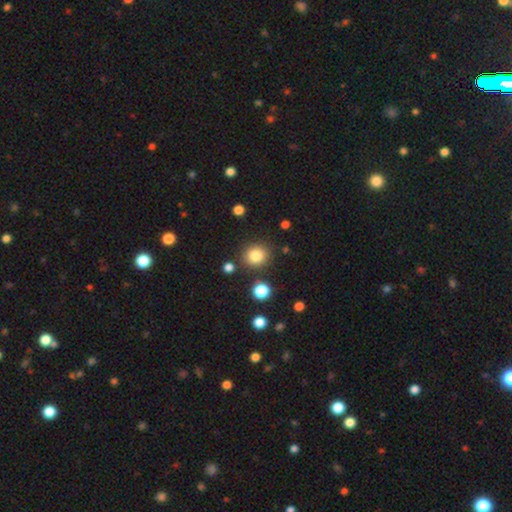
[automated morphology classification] smooth-or-featured: smooth: 83% | star or artifact: 11% | featured or disk: 6%
  how-rounded: round: 83% | in between: 16% | cigar-shaped: 1%
  merging: none: 84% | minor disturbance: 8% | merger: 5% | major disturbance: 3%